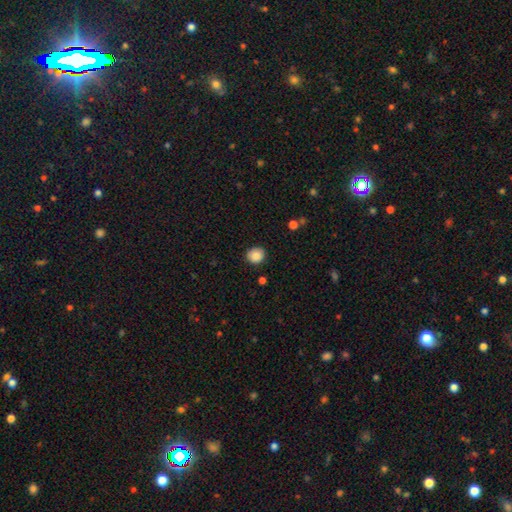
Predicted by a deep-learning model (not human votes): smooth_or_featured: smooth (p=0.87) [alt: star or artifact p=0.09]
how_rounded: round (p=0.83) [alt: in between p=0.16]
merging: none (p=0.89) [alt: minor disturbance p=0.08]